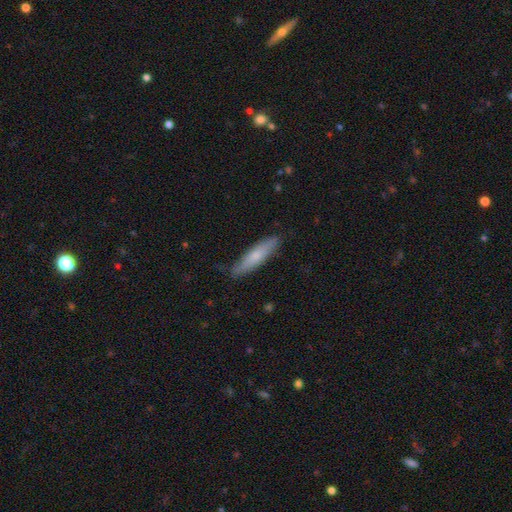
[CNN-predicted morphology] smooth_or_featured: smooth (p=0.62) [alt: featured or disk p=0.32]
how_rounded: cigar-shaped (p=0.82) [alt: in between p=0.16]
merging: none (p=0.81) [alt: minor disturbance p=0.15]